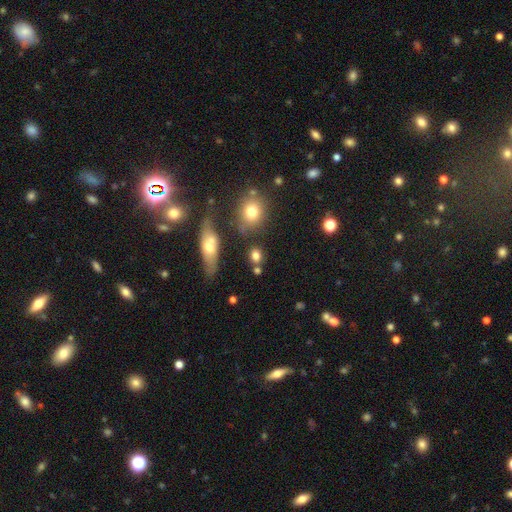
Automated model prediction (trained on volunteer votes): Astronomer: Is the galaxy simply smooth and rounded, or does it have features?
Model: smooth — 76%.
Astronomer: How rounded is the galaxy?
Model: round — 62%.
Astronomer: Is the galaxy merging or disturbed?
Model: none — 68%.